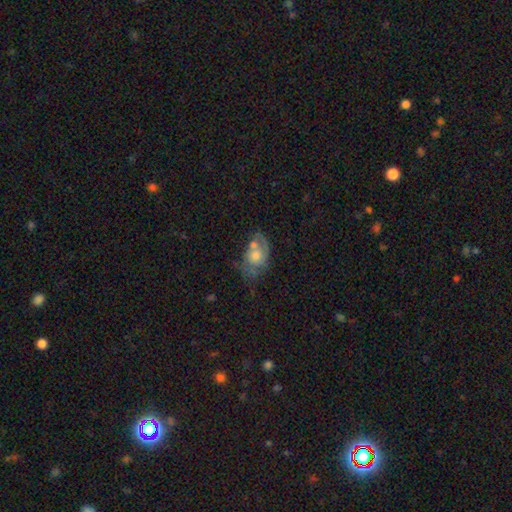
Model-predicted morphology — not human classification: smooth-or-featured: featured or disk: 56% | smooth: 36% | star or artifact: 8%
  disk-edge-on: no: 95% | yes: 5%
    bar: no: 80% | weak: 17% | strong: 3%
    has-spiral-arms: yes: 67% | no: 33%
    bulge-size: moderate: 55% | small: 25% | large: 14% | none: 5% | dominant: 2%
  merging: none: 38% | minor disturbance: 24% | major disturbance: 20% | merger: 18%